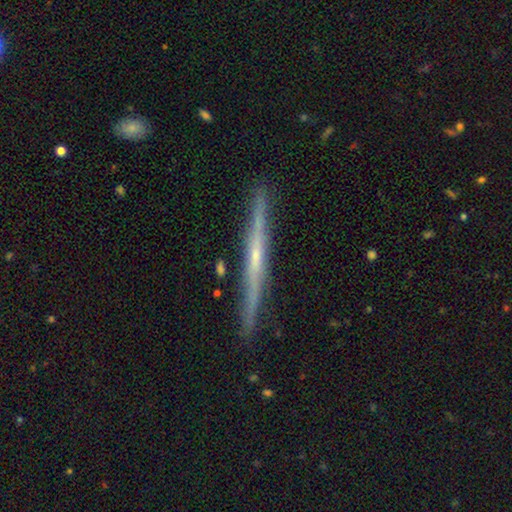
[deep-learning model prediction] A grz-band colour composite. It shows a featured or disk galaxy (73%) viewed edge-on (98%) with no central bulge (53%). Merging: none (90%).